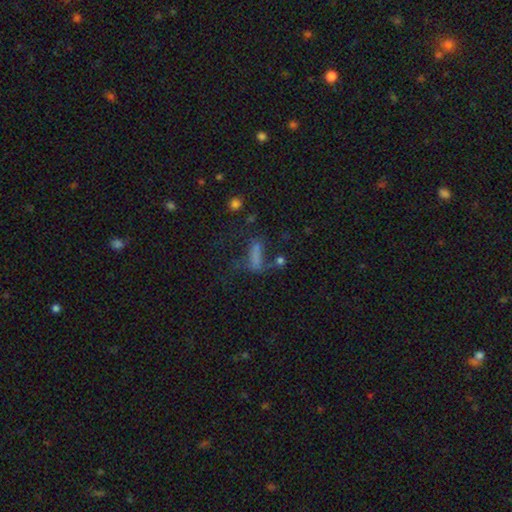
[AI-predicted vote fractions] A smooth galaxy with no disk features (61%) that is cigar-shaped (49%). Merging: none (38%).